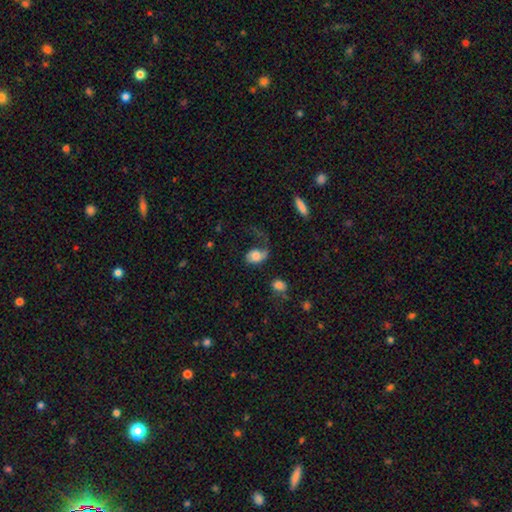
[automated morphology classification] This appears to be a smooth galaxy with no disk features (58%) that is in between round and cigar-shaped (65%). Merging: major disturbance (45%).